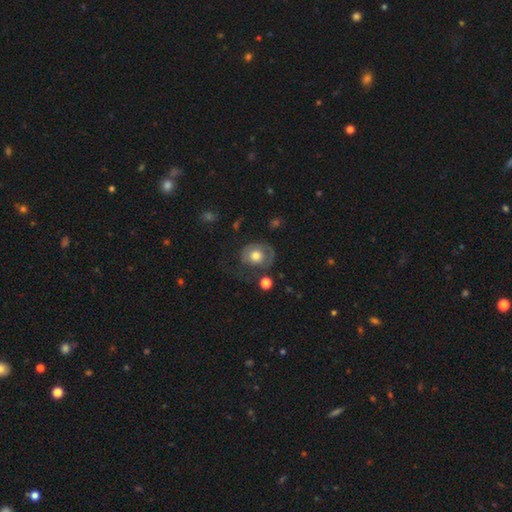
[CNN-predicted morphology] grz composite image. It shows a smooth galaxy with no disk features (58%) that is round (61%). Merging: none (43%).